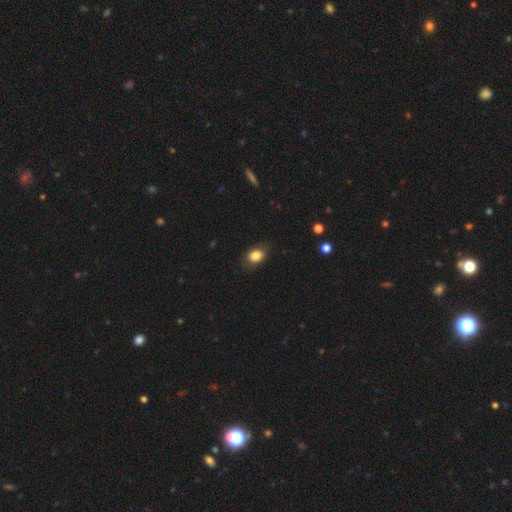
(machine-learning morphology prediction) A smooth galaxy with no disk features (84%) that is in between round and cigar-shaped (74%). Merging: none (79%).